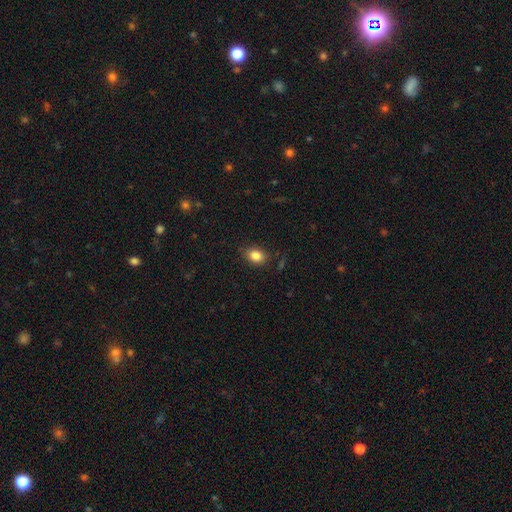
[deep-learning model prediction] Morphology: type=smooth (85%); roundness=in between (70%); merging=none (84%).